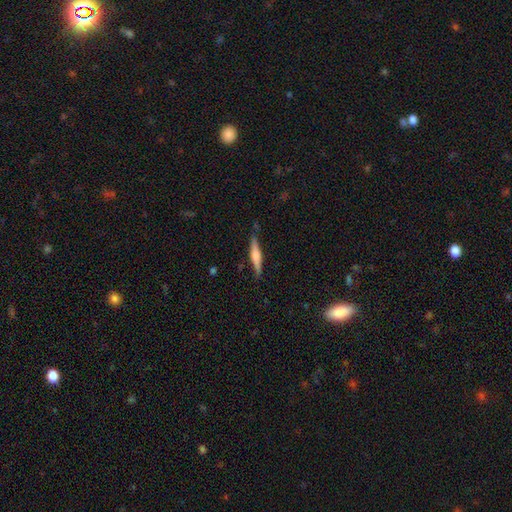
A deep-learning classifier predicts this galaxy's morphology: Overall: featured or disk (56%; smooth 38%). Edge-on disk: yes (97%). Edge-on bulge: rounded (68%). Merging: none (85%).